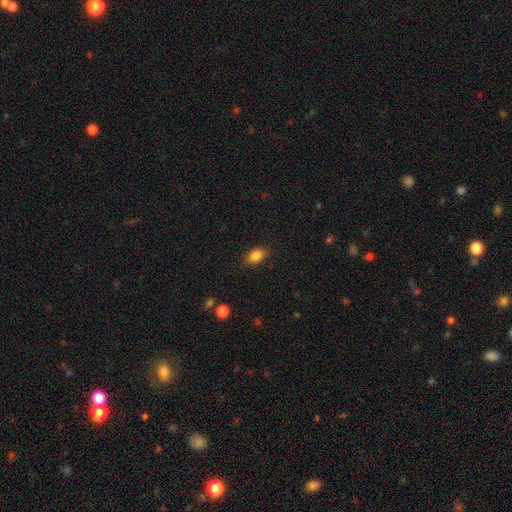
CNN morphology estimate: type=smooth (86%); roundness=in between (82%); merging=none (84%).